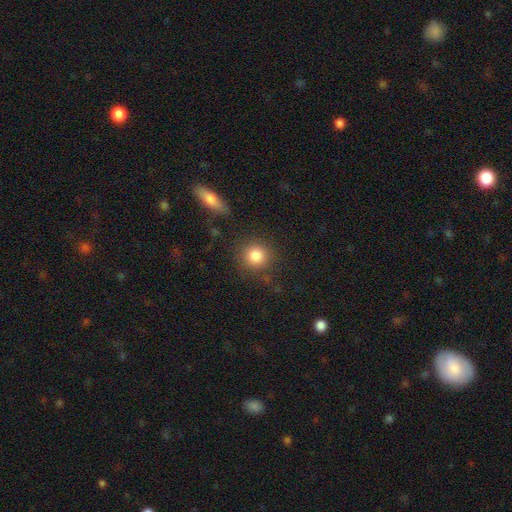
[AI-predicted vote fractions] Overall: smooth (85%). How rounded: round (91%). Merging: none (83%).